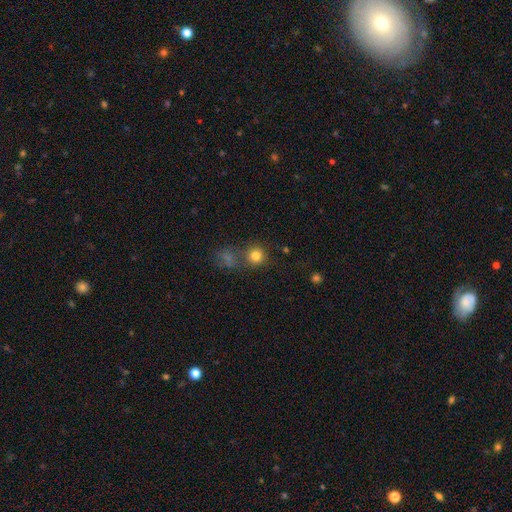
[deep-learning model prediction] This is clearly a smooth galaxy (80%). How rounded: clearly round (91%). Merging: likely none (68%).